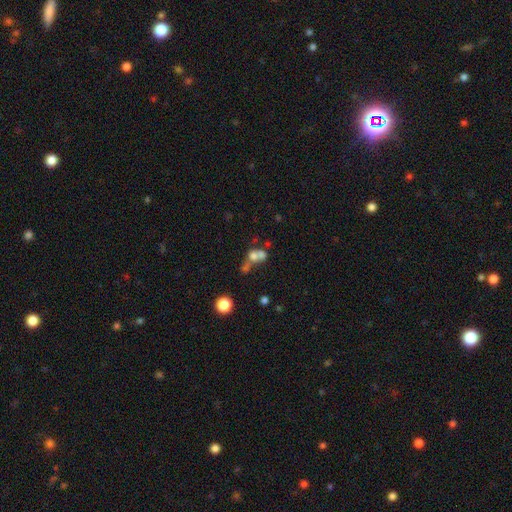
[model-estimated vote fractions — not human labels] smooth_or_featured: smooth (p=0.59) [alt: featured or disk p=0.25]
how_rounded: round (p=0.64) [alt: in between p=0.34]
merging: merger (p=0.62) [alt: none p=0.23]